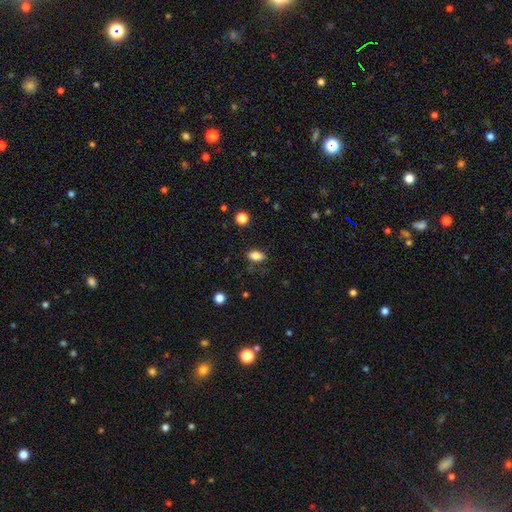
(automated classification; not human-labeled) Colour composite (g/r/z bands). It shows a smooth galaxy with no disk features (83%) that is in between round and cigar-shaped (87%). Merging: none (81%).